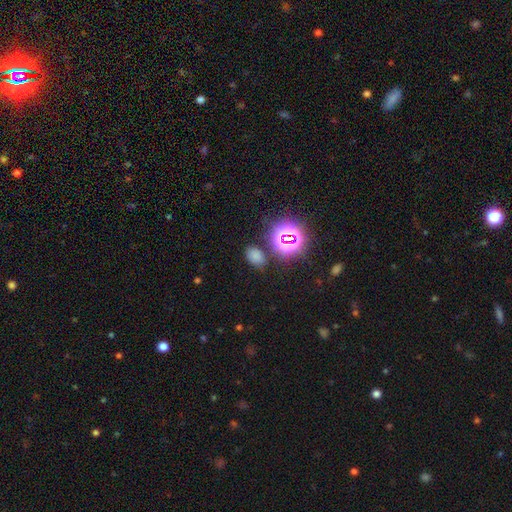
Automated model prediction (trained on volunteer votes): Smooth or featured? smooth (65%)
How rounded? in between (78%)
Merging? none (80%)